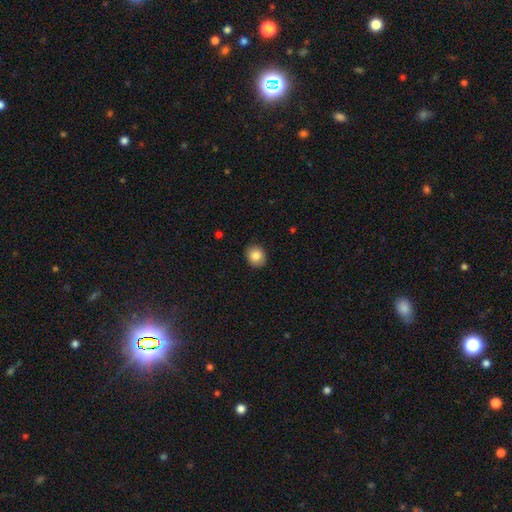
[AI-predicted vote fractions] Smooth or featured? Predicted: smooth (p=0.85). How rounded? Predicted: round (p=0.68). Merging? Predicted: none (p=0.90).